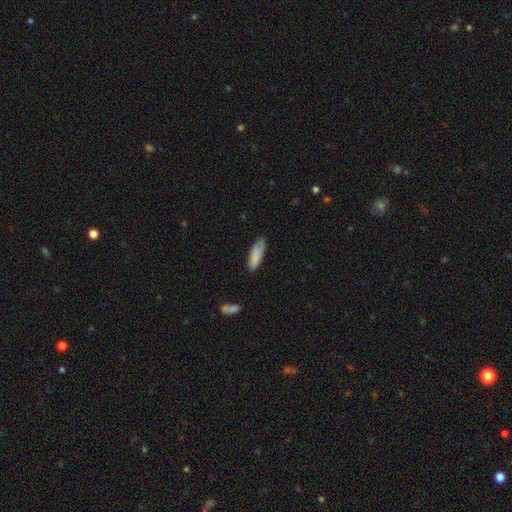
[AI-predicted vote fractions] smooth_or_featured: smooth (p=0.84) [alt: featured or disk p=0.09]
how_rounded: in between (p=0.55) [alt: cigar-shaped p=0.43]
merging: none (p=0.67) [alt: minor disturbance p=0.25]